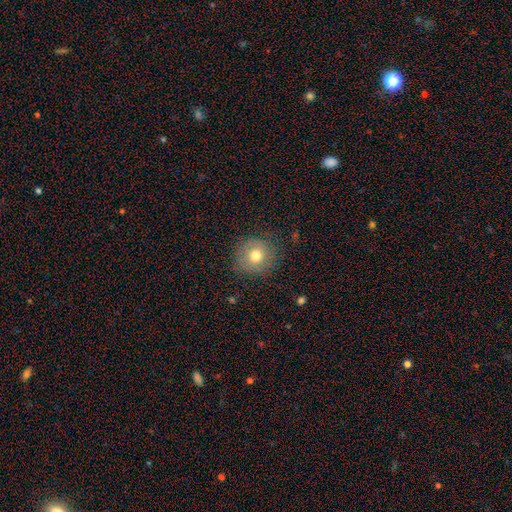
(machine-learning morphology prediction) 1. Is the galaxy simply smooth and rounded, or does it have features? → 73% smooth, 17% featured or disk, 10% star or artifact.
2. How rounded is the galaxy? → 89% round, 10% in between, 1% cigar-shaped.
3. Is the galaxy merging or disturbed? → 79% none, 15% minor disturbance, 5% major disturbance, 1% merger.